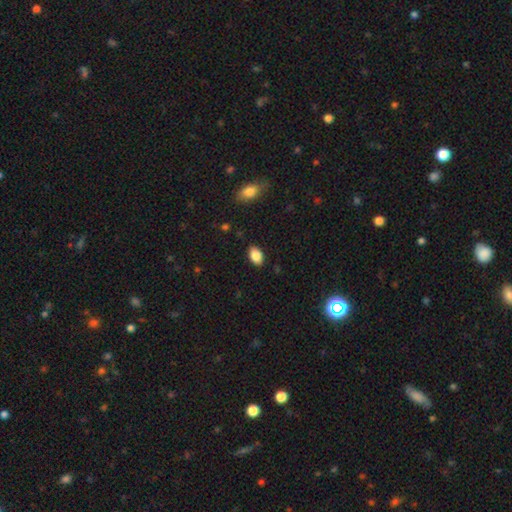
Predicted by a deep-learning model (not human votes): Smooth or featured? smooth (86%)
How rounded? in between (90%)
Merging? none (87%)